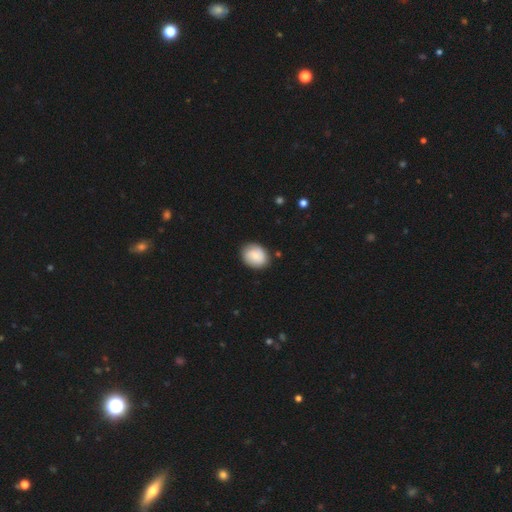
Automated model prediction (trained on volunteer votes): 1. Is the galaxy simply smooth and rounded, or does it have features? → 73% smooth, 20% featured or disk, 7% star or artifact.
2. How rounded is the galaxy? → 54% round, 45% in between, 1% cigar-shaped.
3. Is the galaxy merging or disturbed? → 83% none, 13% minor disturbance, 3% major disturbance, 2% merger.